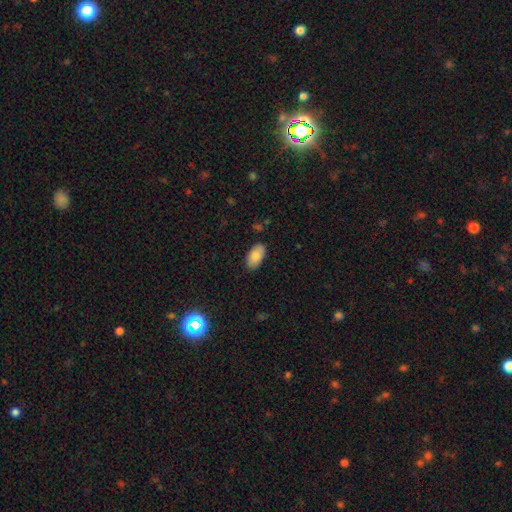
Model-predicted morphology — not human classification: A smooth galaxy with no disk features (84%) that is in between round and cigar-shaped (95%). Merging: none (86%).